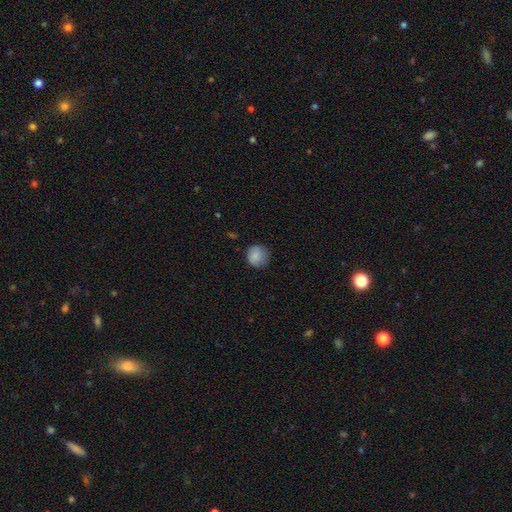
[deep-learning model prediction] Morphology: type=smooth (86%); roundness=round (87%); merging=none (78%).